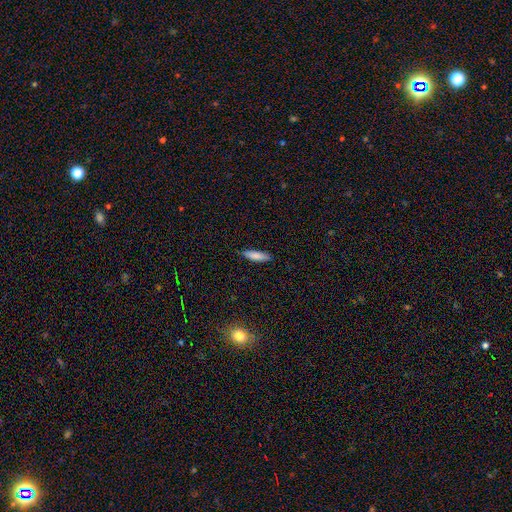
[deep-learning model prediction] smooth-or-featured: smooth: 84% | featured or disk: 9% | star or artifact: 7%
  how-rounded: cigar-shaped: 60% | in between: 38% | round: 2%
  merging: none: 87% | minor disturbance: 10% | major disturbance: 2% | merger: 1%